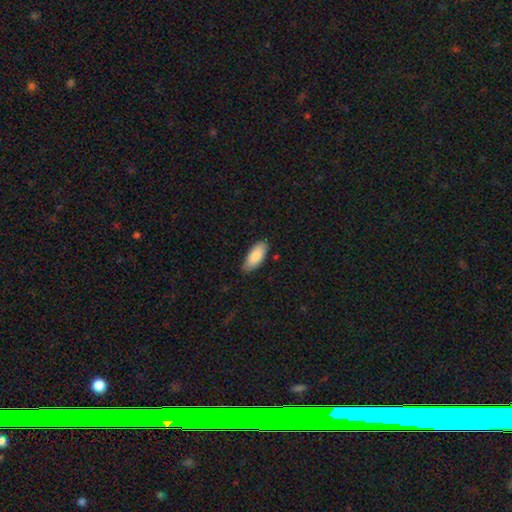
A smooth galaxy with no disk features (89%) that is in between round and cigar-shaped (88%). Merging: none (81%).